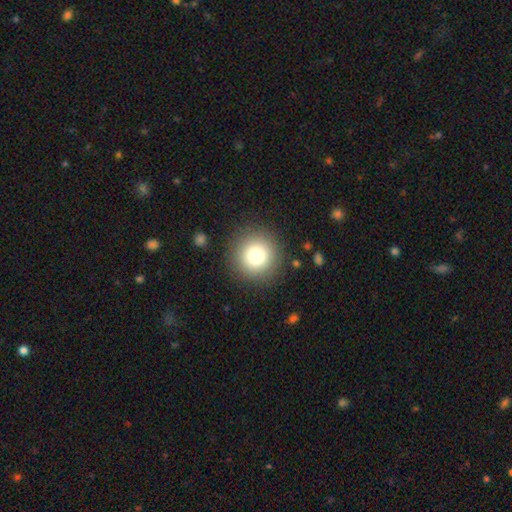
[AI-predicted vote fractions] A smooth galaxy with no disk features (78%) that is round (96%). Merging: none (89%).